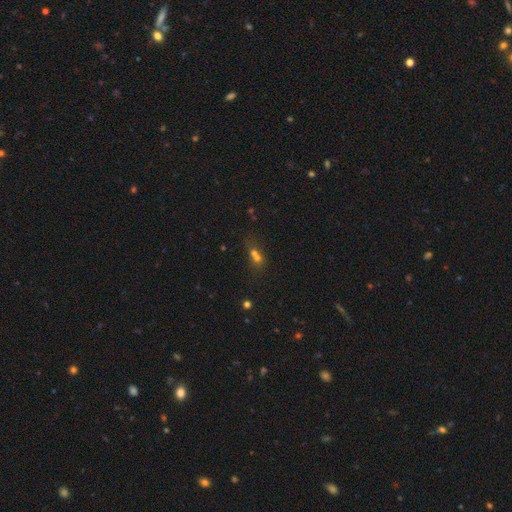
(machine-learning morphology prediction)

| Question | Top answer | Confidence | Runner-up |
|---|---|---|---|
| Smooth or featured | smooth | 55% | star or artifact (25%) |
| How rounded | round | 59% | in between (36%) |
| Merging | merger | 59% | none (29%) |